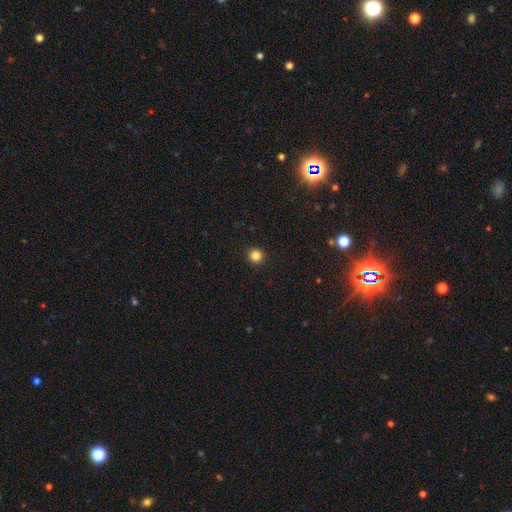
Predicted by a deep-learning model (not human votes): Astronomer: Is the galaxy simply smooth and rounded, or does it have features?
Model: smooth — 84%.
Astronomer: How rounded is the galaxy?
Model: round — 95%.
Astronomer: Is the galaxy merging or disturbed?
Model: none — 94%.